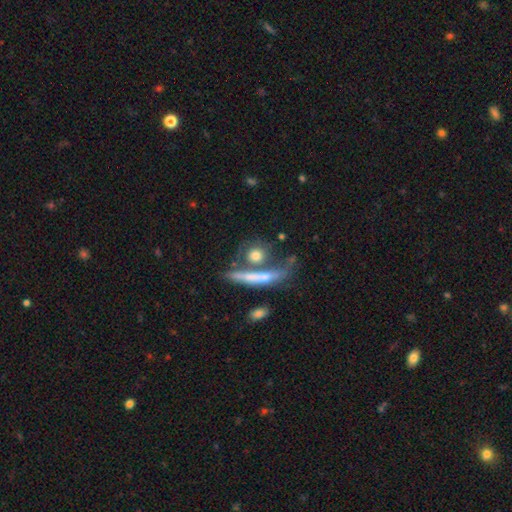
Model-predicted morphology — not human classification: This appears to be a smooth galaxy with no disk features (64%) that is round (58%). Merging: none (51%).